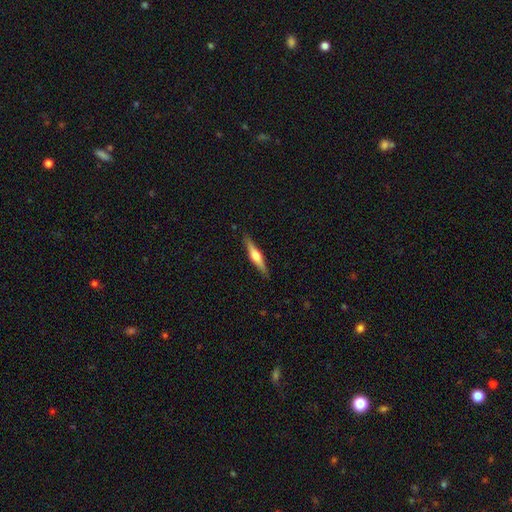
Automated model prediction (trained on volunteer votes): The model was most divided on "smooth or featured": featured or disk: 60%, smooth: 34%, star or artifact: 5%. More confident: edge-on disk — yes (97%); edge-on bulge — rounded (91%); merging — none (89%).